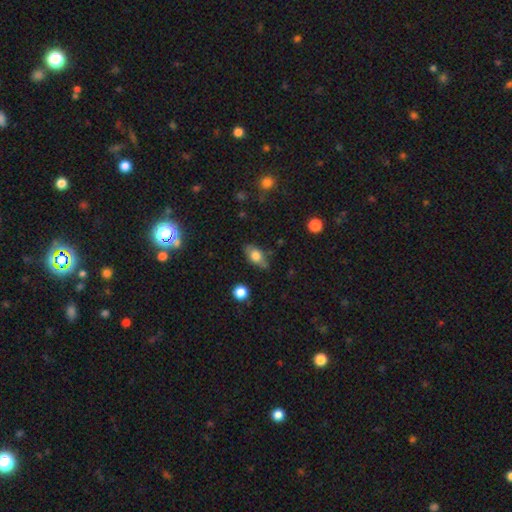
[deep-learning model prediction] Smooth or featured: smooth — 71% (featured or disk — 21%)
How rounded: in between — 83% (round — 11%)
Merging: none — 70% (minor disturbance — 22%)